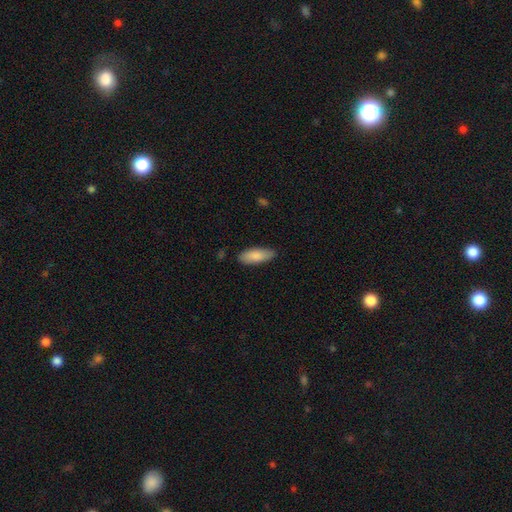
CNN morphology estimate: The model was most divided on "how rounded": in between: 74%, cigar-shaped: 25%, round: 2%. More confident: smooth or featured — smooth (86%); merging — none (84%).